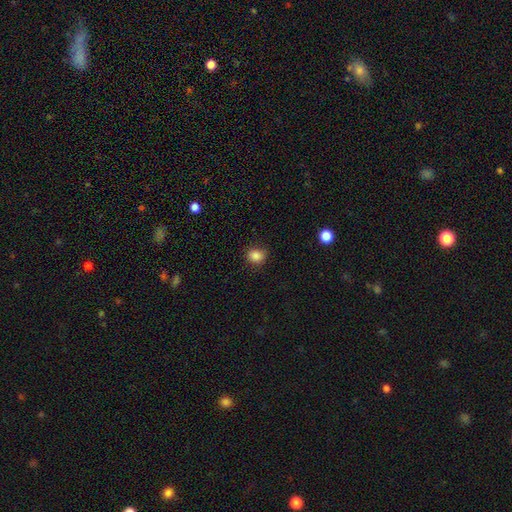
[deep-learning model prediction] Smooth or featured?
  - smooth: 85% *
  - star or artifact: 11%
  - featured or disk: 4%
How rounded?
  - round: 57% *
  - in between: 42%
  - cigar-shaped: 1%
Merging?
  - none: 84% *
  - minor disturbance: 12%
  - major disturbance: 3%
  - merger: 1%